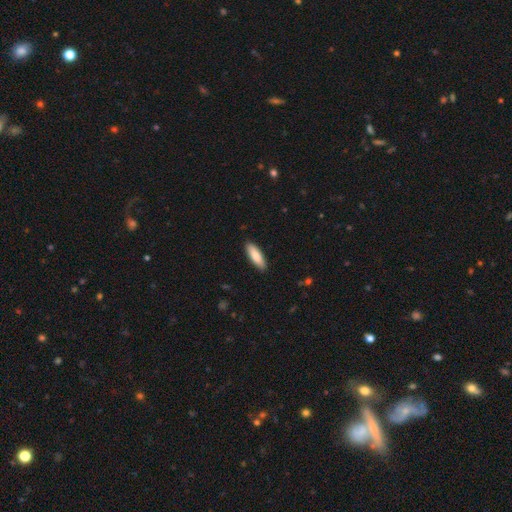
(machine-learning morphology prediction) Overall: smooth (85%). How rounded: in between (55%; cigar-shaped 44%). Merging: none (90%).